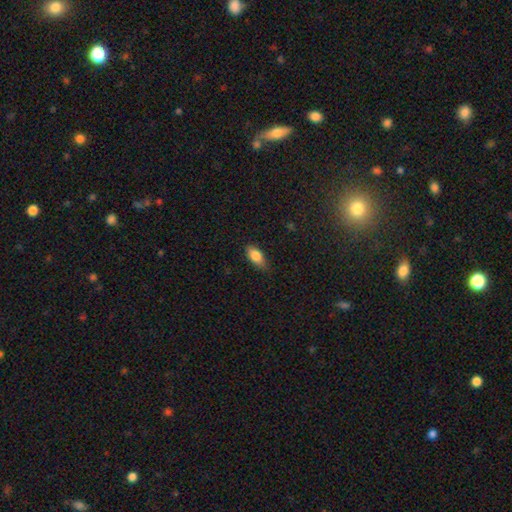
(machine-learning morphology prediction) This appears to be a smooth galaxy with no disk features (83%) that is in between round and cigar-shaped (86%). Merging: none (74%).